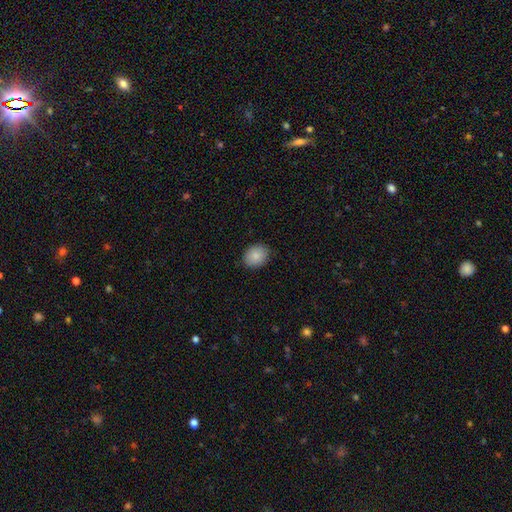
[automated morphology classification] A smooth galaxy with no disk features (86%) that is round (50%).

Vote fractions:
- Smooth or featured? smooth: 86% / star or artifact: 8% / featured or disk: 6%
- How rounded? round: 50% / in between: 49% / cigar-shaped: 1%
- Merging? none: 87% / minor disturbance: 10% / major disturbance: 2% / merger: 1%